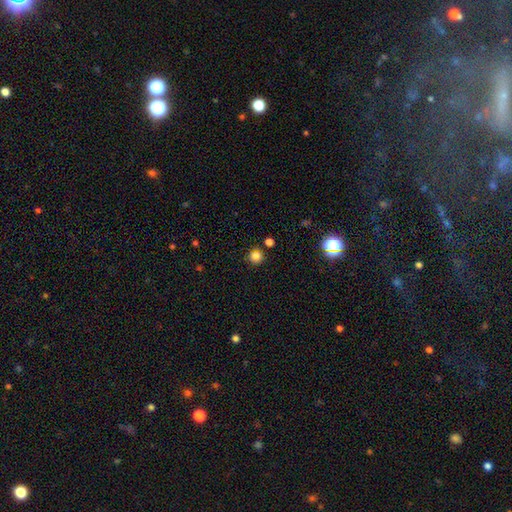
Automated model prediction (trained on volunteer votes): Smooth or featured? smooth (81%)
How rounded? round (94%)
Merging? none (86%)